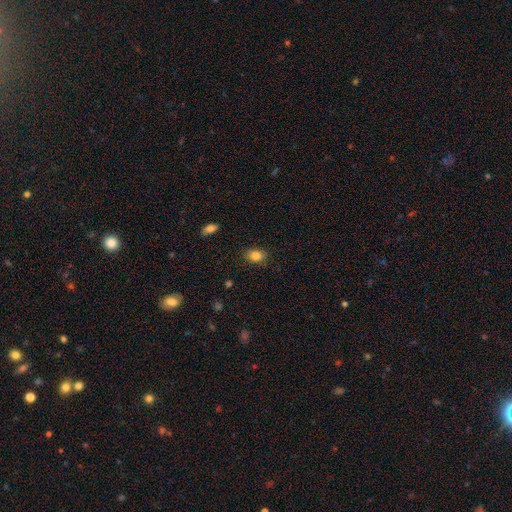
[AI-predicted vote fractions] smooth 84%, star or artifact 10%, featured or disk 7%. Down the decision tree: how rounded — in between (67%); merging — none (84%).